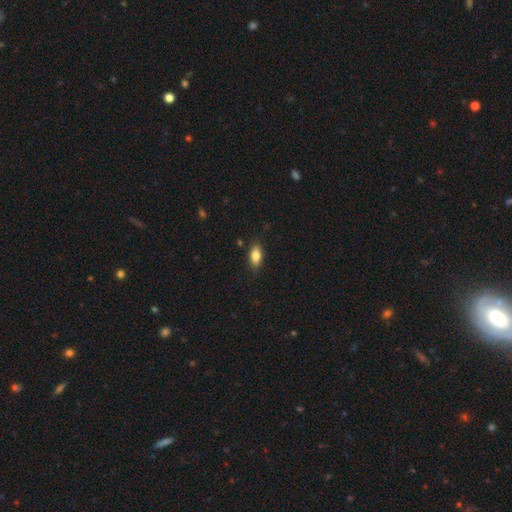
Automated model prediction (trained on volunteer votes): The model was most divided on "smooth or featured": smooth: 84%, featured or disk: 9%, star or artifact: 7%. More confident: how rounded — in between (88%); merging — none (86%).